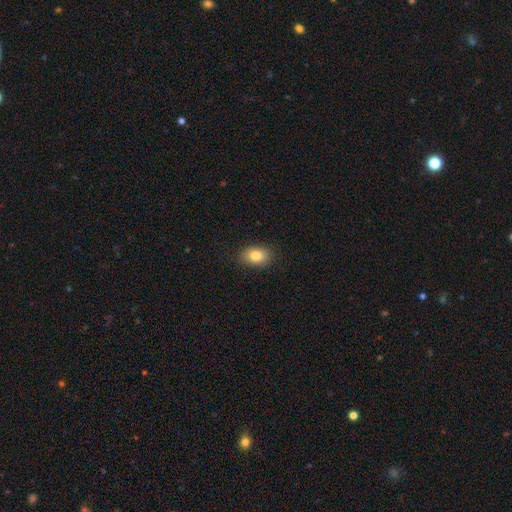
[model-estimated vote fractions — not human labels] smooth 85%, star or artifact 8%, featured or disk 7%. Down the decision tree: how rounded — in between (82%); merging — none (86%).